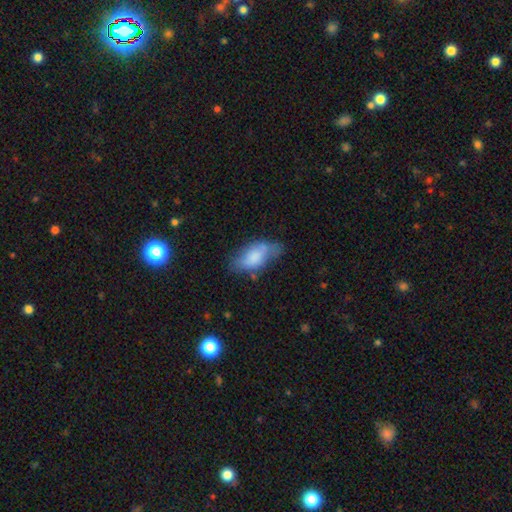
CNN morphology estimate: A smooth galaxy with no disk features (73%) that is in between round and cigar-shaped (90%). Merging: none (46%).